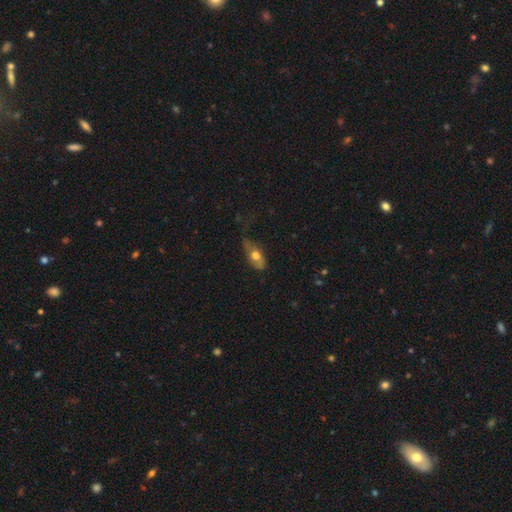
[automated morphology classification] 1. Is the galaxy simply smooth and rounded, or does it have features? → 62% smooth, 31% featured or disk, 7% star or artifact.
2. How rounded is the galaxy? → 78% in between, 14% cigar-shaped, 8% round.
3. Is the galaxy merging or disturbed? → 43% none, 36% minor disturbance, 19% major disturbance, 3% merger.